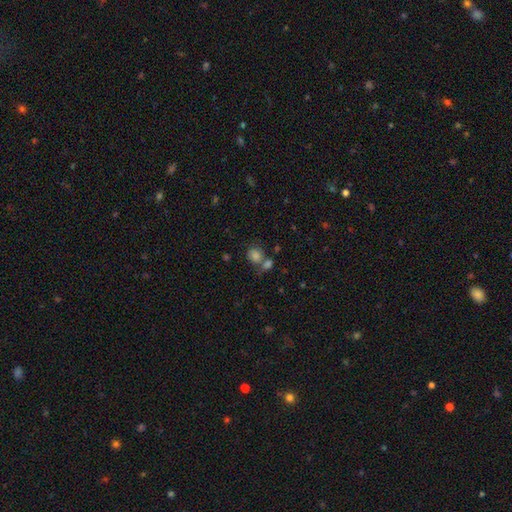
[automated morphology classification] Smooth or featured: smooth — 70% (star or artifact — 20%)
How rounded: round — 78% (in between — 21%)
Merging: none — 54% (merger — 28%)